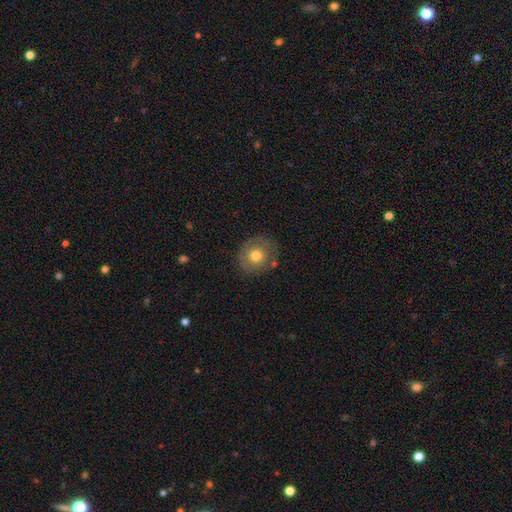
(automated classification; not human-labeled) smooth-or-featured: smooth: 64% | featured or disk: 28% | star or artifact: 8%
  how-rounded: round: 82% | in between: 17% | cigar-shaped: 1%
  merging: none: 76% | minor disturbance: 16% | major disturbance: 6% | merger: 3%